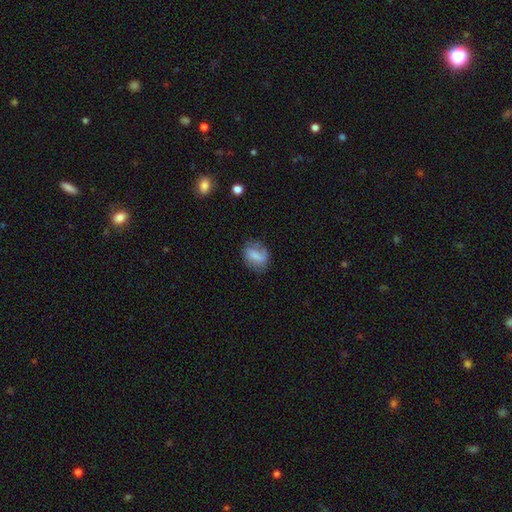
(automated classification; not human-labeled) Overall: smooth (66%). How rounded: in between (60%; round 37%). Merging: none (66%).